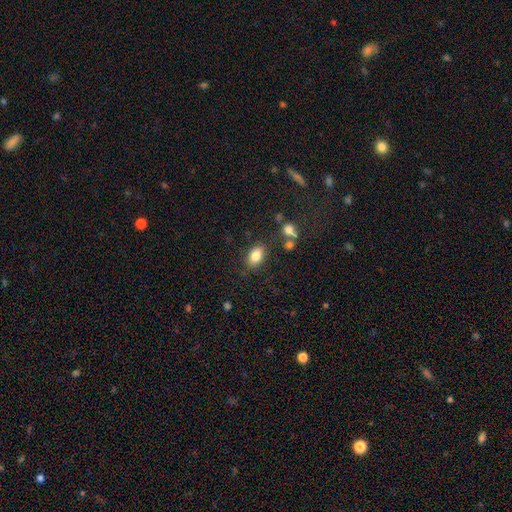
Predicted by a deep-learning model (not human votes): A smooth galaxy with no disk features (83%) that is in between round and cigar-shaped (86%).

Vote fractions:
- Smooth or featured? smooth: 83% / star or artifact: 9% / featured or disk: 8%
- How rounded? in between: 86% / round: 12% / cigar-shaped: 2%
- Merging? none: 80% / minor disturbance: 12% / merger: 4% / major disturbance: 3%